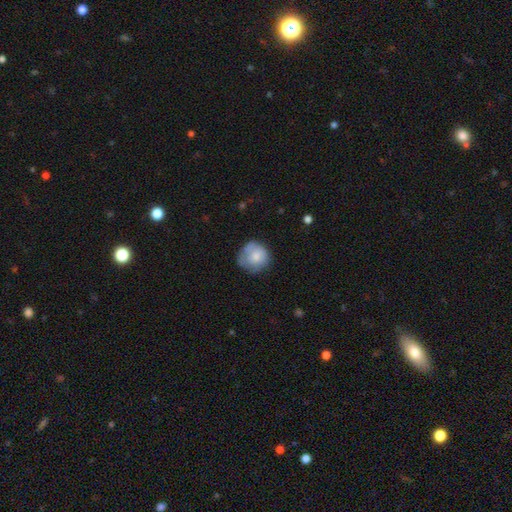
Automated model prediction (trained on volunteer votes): smooth-or-featured: smooth: 71% | featured or disk: 22% | star or artifact: 7%
  how-rounded: round: 88% | in between: 11% | cigar-shaped: 1%
  merging: none: 60% | minor disturbance: 27% | major disturbance: 10% | merger: 3%